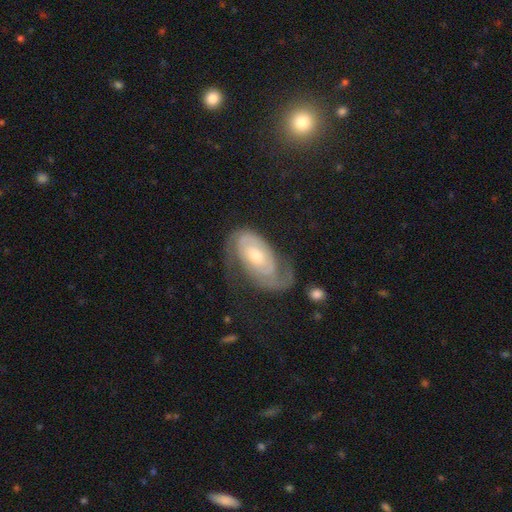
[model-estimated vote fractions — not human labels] A featured or disk galaxy (83%) with no bar (67%), 2 (59%) tight (59%) spiral arms (93%) and a moderate central bulge (63%). Merging: none (59%).